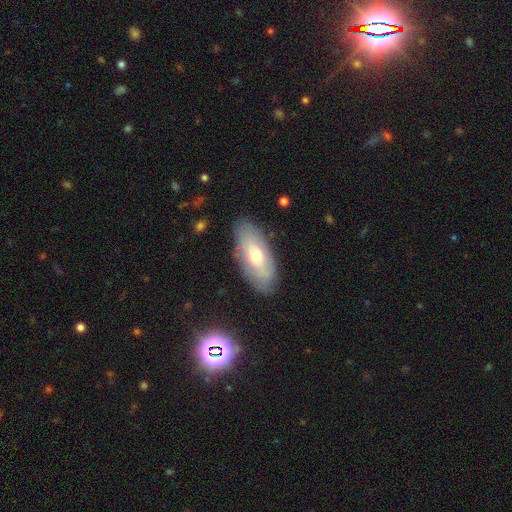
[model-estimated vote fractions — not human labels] Smooth or featured? smooth (48%)
Merging? none (82%)